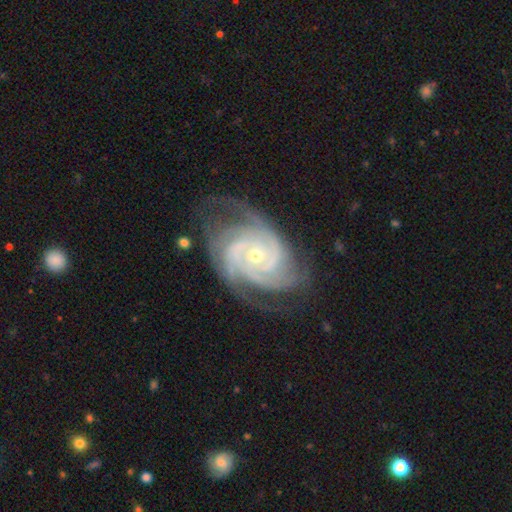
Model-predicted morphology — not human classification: Smooth or featured?
  - featured or disk: 92% *
  - star or artifact: 5%
  - smooth: 3%
Edge-on disk?
  - no: 97% *
  - yes: 3%
Bar?
  - no: 70% *
  - weak: 22%
  - strong: 8%
Spiral arms?
  - yes: 98% *
  - no: 2%
Spiral winding?
  - tight: 66% *
  - medium: 29%
  - loose: 5%
Spiral arm count?
  - 3: 38% *
  - 2: 21%
  - 4: 17%
  - can't tell: 13%
  - more than 4: 6%
  - 1: 5%
Bulge size?
  - small: 55% *
  - moderate: 42%
  - large: 2%
  - none: 1%
  - dominant: 1%
Merging?
  - none: 67% *
  - minor disturbance: 20%
  - major disturbance: 11%
  - merger: 1%